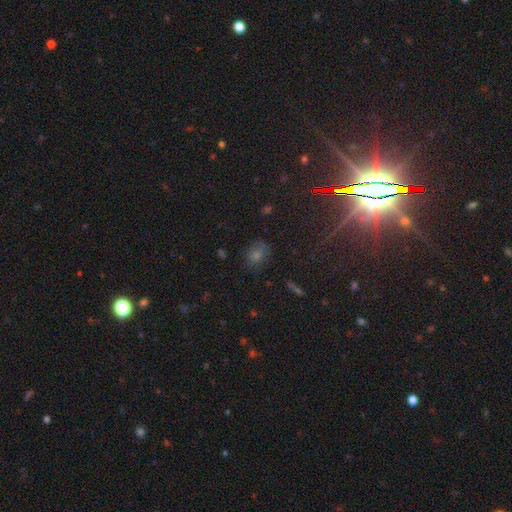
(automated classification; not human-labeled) A smooth galaxy with no disk features (48%).

Vote fractions:
- Smooth or featured? smooth: 48% / star or artifact: 36% / featured or disk: 15%
- Merging? none: 76% / minor disturbance: 17% / major disturbance: 6% / merger: 2%